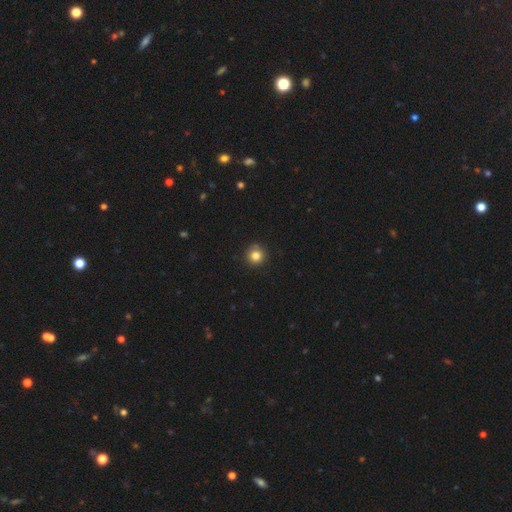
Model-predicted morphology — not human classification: Smooth or featured? smooth (82%)
How rounded? round (95%)
Merging? none (87%)